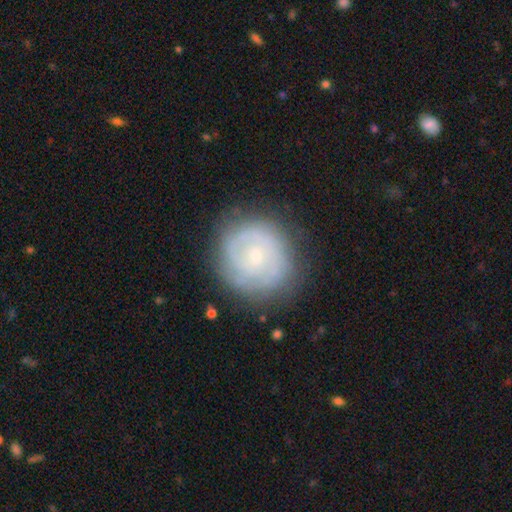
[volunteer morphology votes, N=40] smooth_or_featured: smooth (p=0.57) [alt: featured or disk p=0.38]
how_rounded: round (p=0.91) [alt: in between p=0.09]
merging: none (p=0.84) [alt: minor disturbance p=0.13]